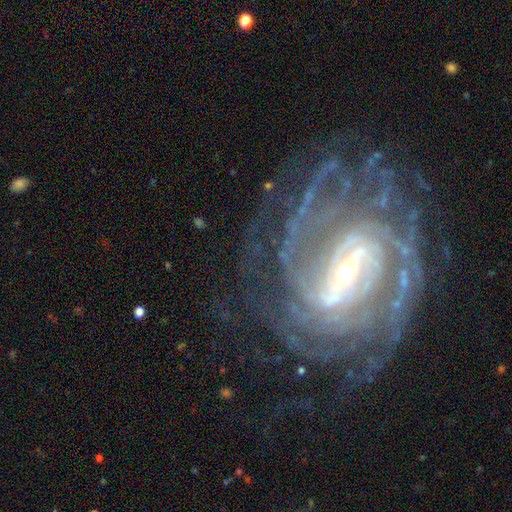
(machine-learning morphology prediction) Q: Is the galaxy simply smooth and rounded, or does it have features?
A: featured or disk — 90%.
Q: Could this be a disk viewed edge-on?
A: no — 97%.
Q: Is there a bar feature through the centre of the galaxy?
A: strong — 55%.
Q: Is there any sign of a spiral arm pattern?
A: yes — 98%.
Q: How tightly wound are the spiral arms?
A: tight — 69%.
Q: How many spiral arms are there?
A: more than 4 — 23%, tied with can't tell.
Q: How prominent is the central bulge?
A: small — 75%.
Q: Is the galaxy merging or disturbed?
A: none — 73%.